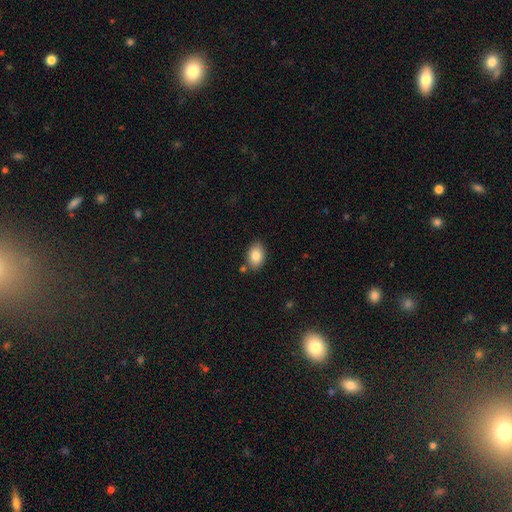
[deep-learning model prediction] Smooth or featured? Predicted: smooth (p=0.83). How rounded? Predicted: in between (p=0.84). Merging? Predicted: none (p=0.80).